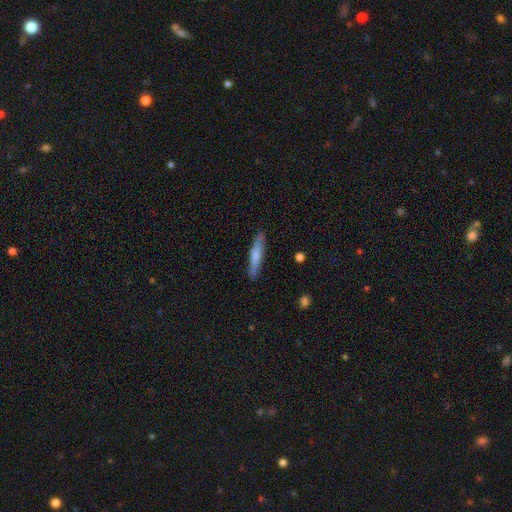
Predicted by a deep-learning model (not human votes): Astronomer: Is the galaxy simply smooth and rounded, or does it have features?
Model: smooth — 66%.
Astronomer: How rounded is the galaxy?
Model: cigar-shaped — 89%.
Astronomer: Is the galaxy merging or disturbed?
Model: none — 86%.